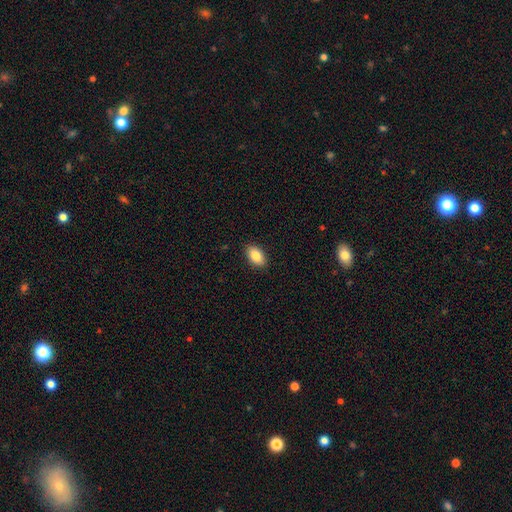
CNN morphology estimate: Smooth or featured?
  - smooth: 86% *
  - star or artifact: 7%
  - featured or disk: 6%
How rounded?
  - in between: 92% *
  - round: 6%
  - cigar-shaped: 2%
Merging?
  - none: 90% *
  - minor disturbance: 8%
  - major disturbance: 2%
  - merger: 1%